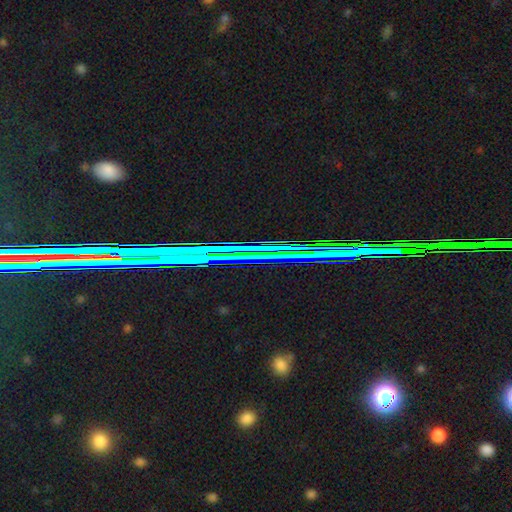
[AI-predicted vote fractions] This is likely a star or artifact rather than a galaxy (78%).